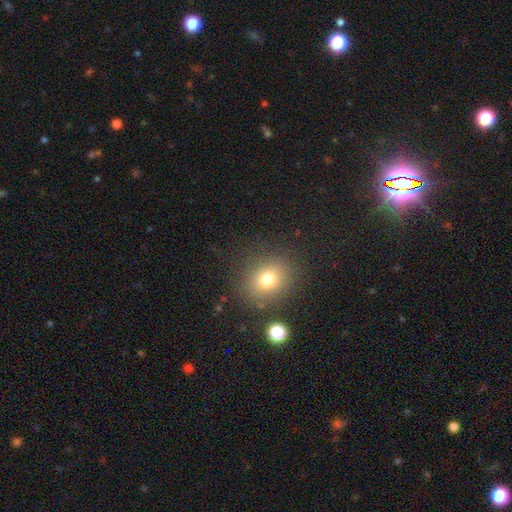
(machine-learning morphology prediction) This appears to be a smooth galaxy with no disk features (53%) that is round (80%). Merging: none (87%).